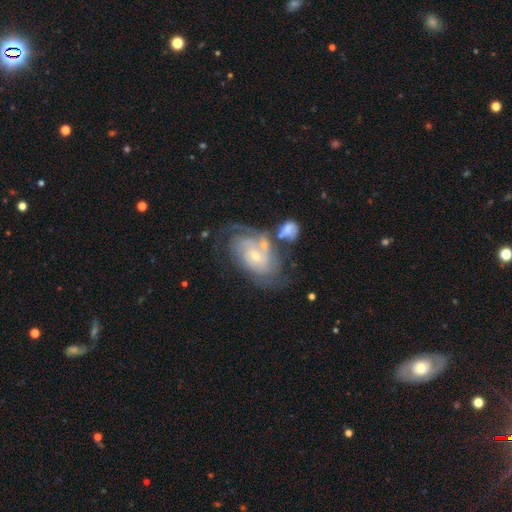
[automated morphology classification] Overall: featured or disk (83%). Edge-on disk: no (96%). Bar: no (66%; weak 28%). Spiral arms: yes (94%). Spiral arm count: can't tell (36%; 2 29%). Spiral winding: tight (66%; medium 27%). Bulge size: small (63%; moderate 33%). Merging: none (46%; merger 23%).